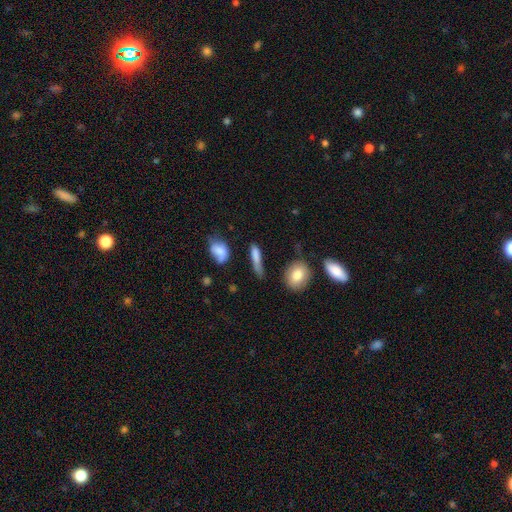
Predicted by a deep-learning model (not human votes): A smooth galaxy with no disk features (75%) that is cigar-shaped (73%). Merging: none (55%).